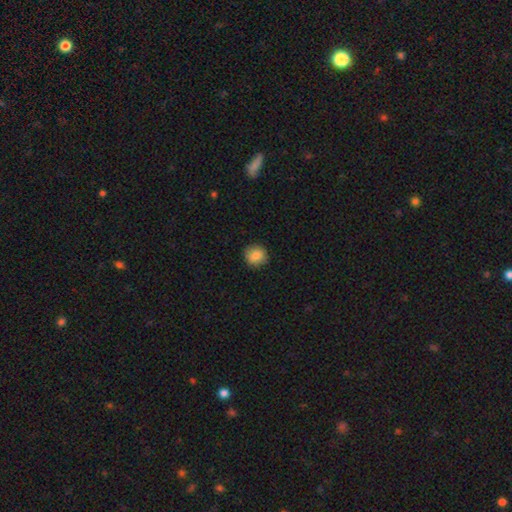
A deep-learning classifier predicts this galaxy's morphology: Q: Smooth or featured?
A: smooth (83%); runner-up: star or artifact (9%)
Q: How rounded?
A: round (89%); runner-up: in between (10%)
Q: Merging?
A: none (88%); runner-up: minor disturbance (9%)